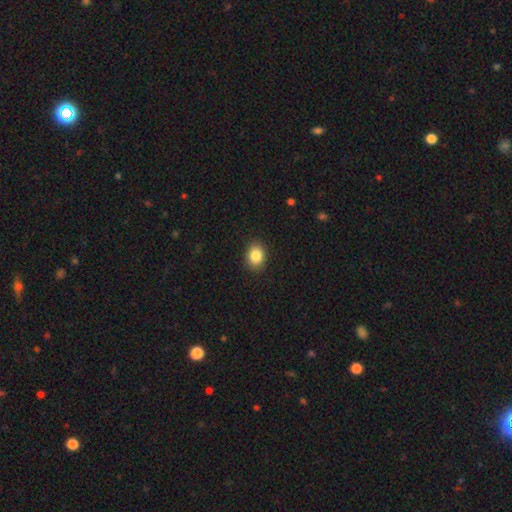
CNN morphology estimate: Smooth or featured?
  - smooth: 85% *
  - star or artifact: 9%
  - featured or disk: 5%
How rounded?
  - in between: 54% *
  - round: 45%
  - cigar-shaped: 1%
Merging?
  - none: 88% *
  - minor disturbance: 9%
  - major disturbance: 2%
  - merger: 1%